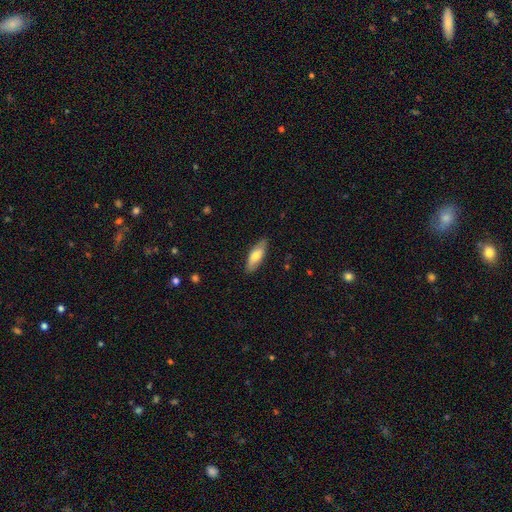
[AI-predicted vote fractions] Smooth or featured?
  - smooth: 69% *
  - featured or disk: 25%
  - star or artifact: 6%
How rounded?
  - in between: 64% *
  - cigar-shaped: 34%
  - round: 2%
Merging?
  - none: 84% *
  - minor disturbance: 12%
  - major disturbance: 2%
  - merger: 1%